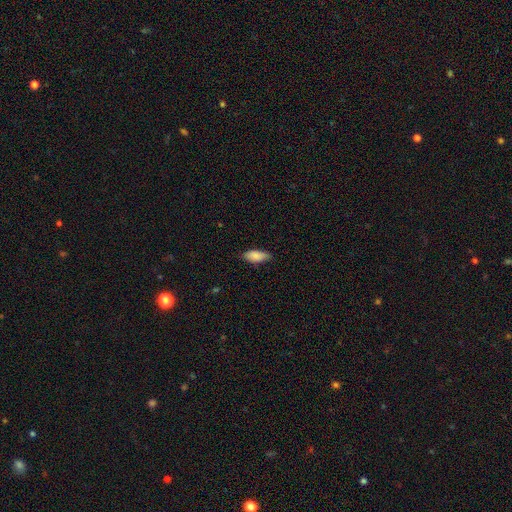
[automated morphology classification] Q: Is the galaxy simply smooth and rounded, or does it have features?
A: smooth — 86%.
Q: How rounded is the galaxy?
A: in between — 79%.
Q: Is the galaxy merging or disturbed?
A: none — 78%.